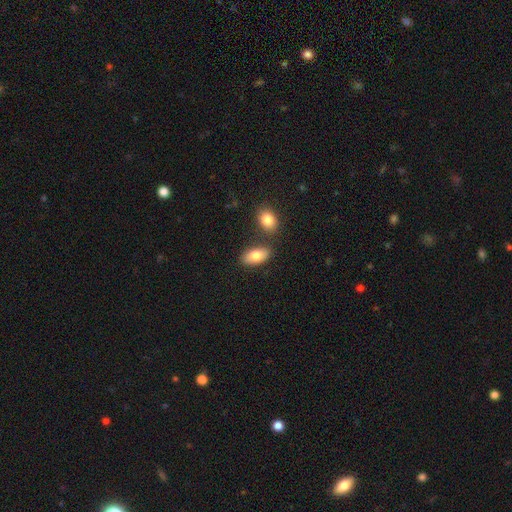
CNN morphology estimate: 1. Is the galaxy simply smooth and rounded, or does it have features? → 82% smooth, 11% featured or disk, 7% star or artifact.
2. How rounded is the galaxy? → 93% in between, 4% round, 3% cigar-shaped.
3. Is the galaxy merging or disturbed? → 73% none, 13% merger, 12% minor disturbance, 3% major disturbance.